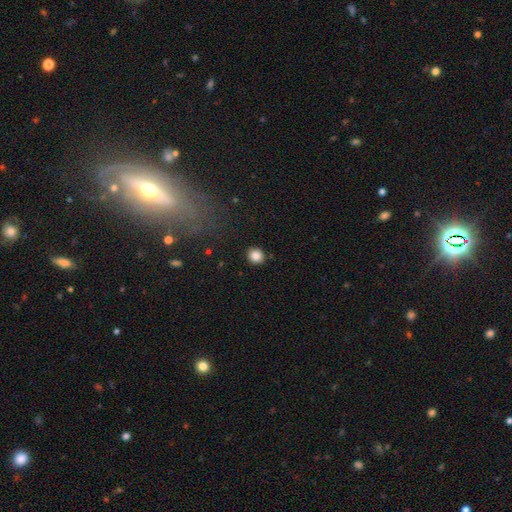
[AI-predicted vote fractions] A smooth galaxy with no disk features (85%) that is round (86%). Merging: none (91%).